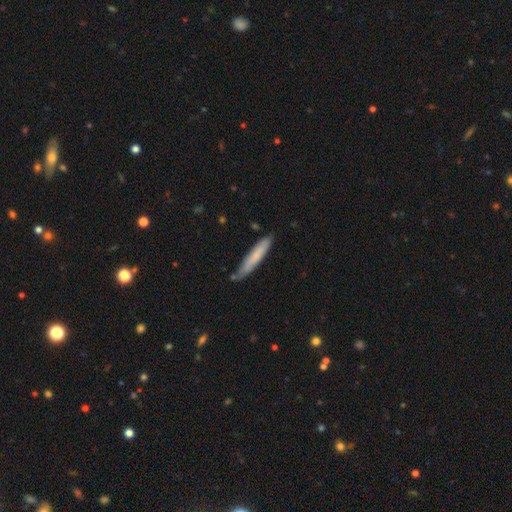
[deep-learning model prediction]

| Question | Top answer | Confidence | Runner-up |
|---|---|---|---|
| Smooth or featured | smooth | 73% | featured or disk (21%) |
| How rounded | cigar-shaped | 92% | in between (7%) |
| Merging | none | 75% | minor disturbance (19%) |